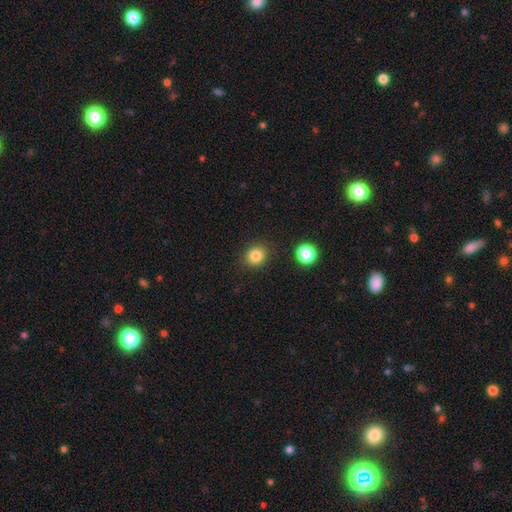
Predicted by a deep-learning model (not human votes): This appears to be a smooth galaxy with no disk features (83%) that is round (82%). Merging: none (88%).